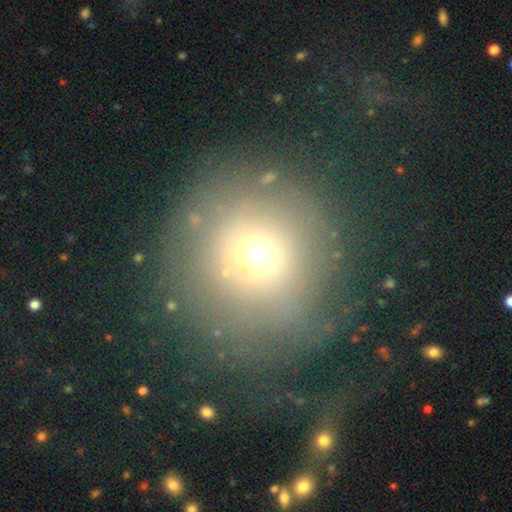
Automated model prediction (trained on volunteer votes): Smooth or featured: smooth — 63% (featured or disk — 19%)
How rounded: round — 94% (in between — 5%)
Merging: none — 60% (major disturbance — 20%)